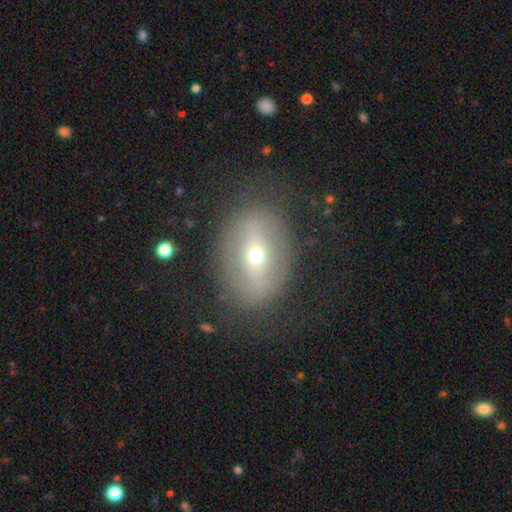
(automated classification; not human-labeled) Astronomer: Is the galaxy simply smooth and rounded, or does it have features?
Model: featured or disk — 58%.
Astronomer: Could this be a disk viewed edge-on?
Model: no — 86%.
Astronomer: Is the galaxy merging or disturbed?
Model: none — 77%.